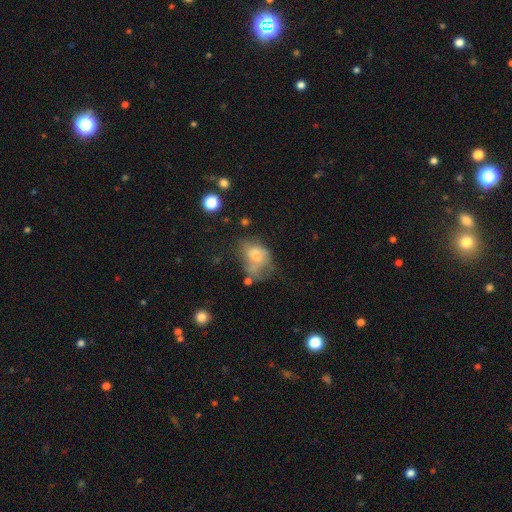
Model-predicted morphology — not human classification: Q: Smooth or featured?
A: smooth (53%); runner-up: featured or disk (36%)
Q: How rounded?
A: in between (75%); runner-up: round (24%)
Q: Merging?
A: major disturbance (37%); runner-up: minor disturbance (24%)